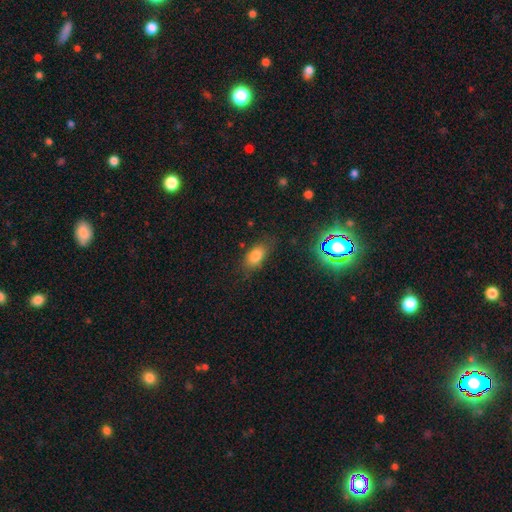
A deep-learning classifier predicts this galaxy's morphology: Smooth or featured? smooth (78%)
How rounded? in between (86%)
Merging? none (76%)